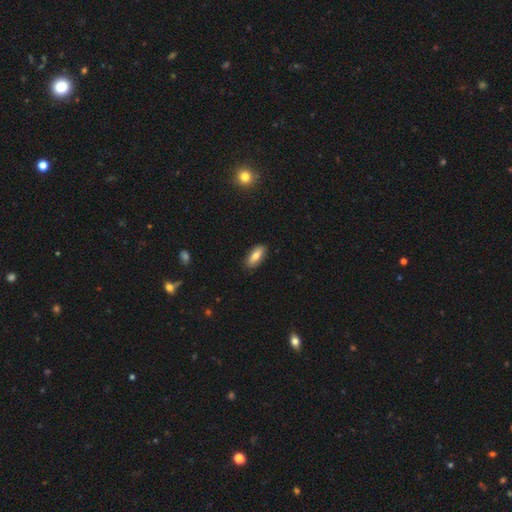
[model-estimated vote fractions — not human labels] Morphology: type=smooth (73%); roundness=in between (78%); merging=none (88%).